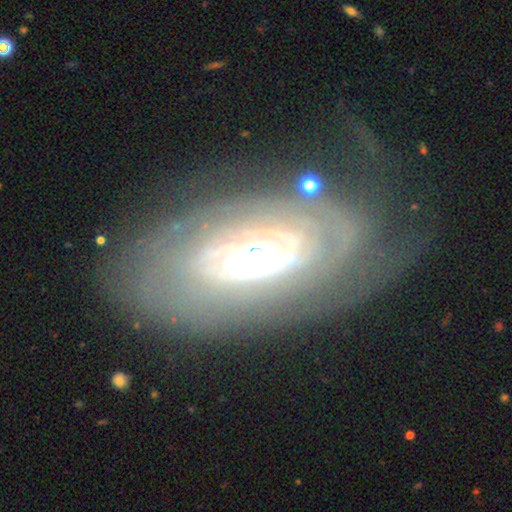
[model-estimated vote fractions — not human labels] smooth_or_featured: featured or disk (p=0.82) [alt: smooth p=0.11]
disk_edge_on: no (p=0.90) [alt: yes p=0.10]
bar: no (p=0.73) [alt: weak p=0.17]
has_spiral_arms: yes (p=0.79) [alt: no p=0.21]
spiral_winding: tight (p=0.76) [alt: medium p=0.17]
spiral_arm_count: can't tell (p=0.48) [alt: 2 p=0.20]
bulge_size: moderate (p=0.57) [alt: large p=0.27]
merging: none (p=0.70) [alt: minor disturbance p=0.17]